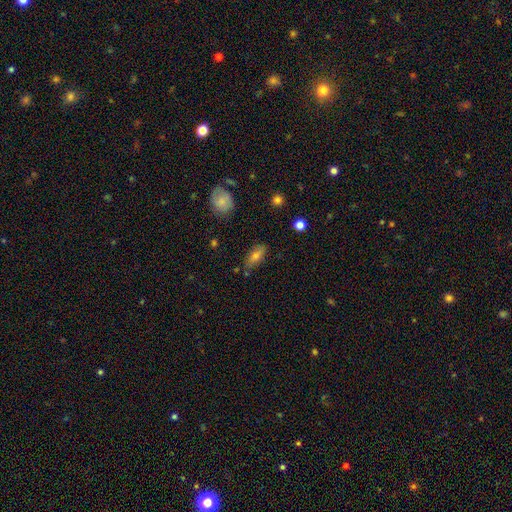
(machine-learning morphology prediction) type=smooth (70%); roundness=in between (77%); merging=none (79%).